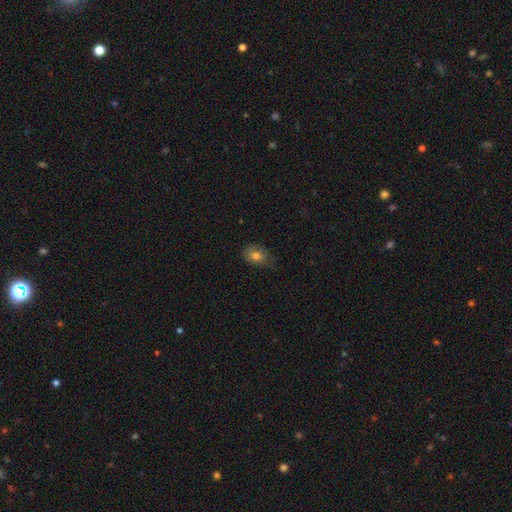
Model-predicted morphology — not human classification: This is likely a smooth galaxy (79%). How rounded: likely in between (69%). Merging: likely none (66%).